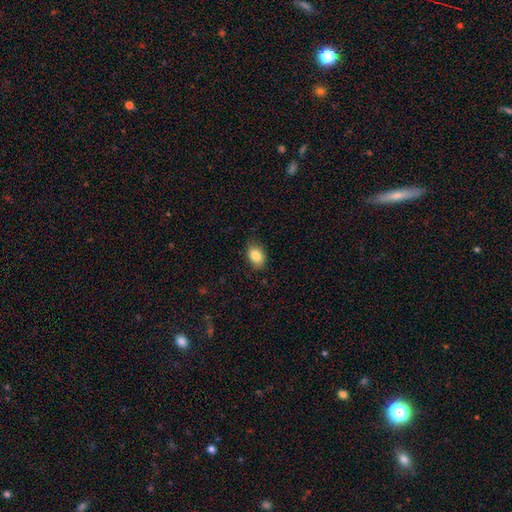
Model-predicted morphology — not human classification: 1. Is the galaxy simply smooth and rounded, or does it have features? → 86% smooth, 8% star or artifact, 6% featured or disk.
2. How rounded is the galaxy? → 83% in between, 16% round, 1% cigar-shaped.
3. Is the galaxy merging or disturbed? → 79% none, 17% minor disturbance, 3% major disturbance, 1% merger.